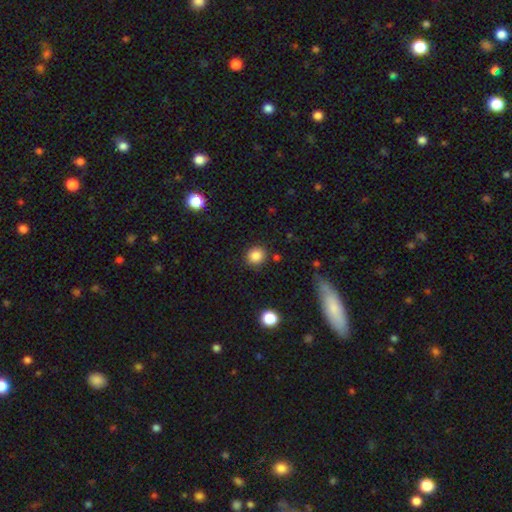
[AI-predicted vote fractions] The model was most divided on "how rounded": round: 87%, in between: 12%, cigar-shaped: 1%. More confident: merging — none (87%); smooth or featured — smooth (85%).